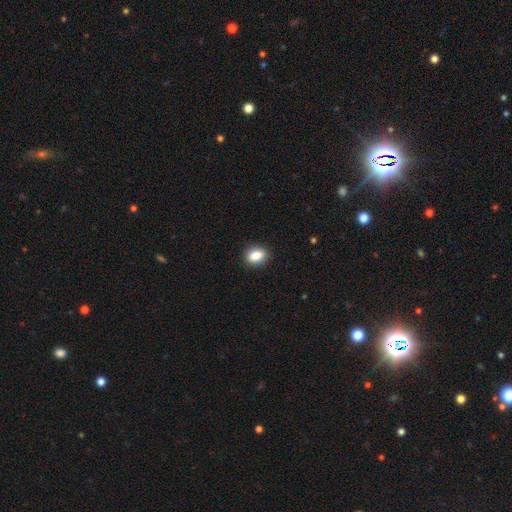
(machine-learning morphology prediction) This is clearly a smooth galaxy (86%). How rounded: likely in between (72%). Merging: clearly none (89%).